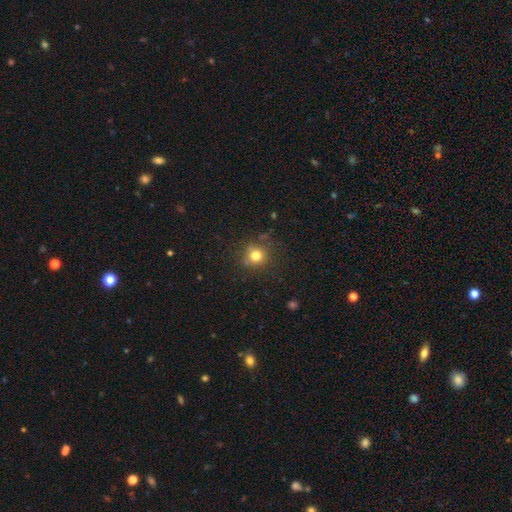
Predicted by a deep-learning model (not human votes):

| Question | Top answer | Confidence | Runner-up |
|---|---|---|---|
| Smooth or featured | smooth | 77% | star or artifact (15%) |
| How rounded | round | 89% | in between (10%) |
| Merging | none | 80% | minor disturbance (12%) |